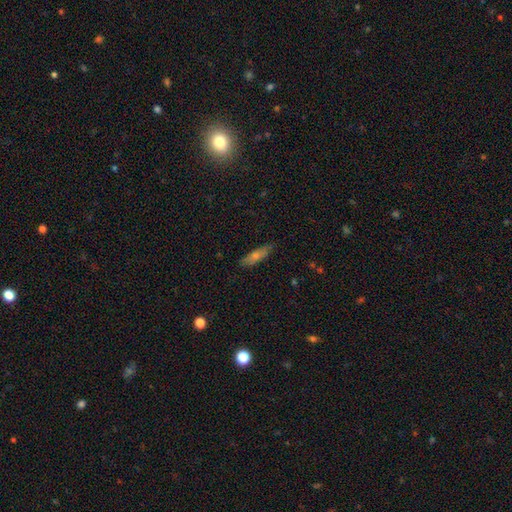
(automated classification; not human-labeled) smooth_or_featured: smooth (p=0.52) [alt: featured or disk p=0.37]
how_rounded: cigar-shaped (p=0.66) [alt: in between p=0.31]
merging: none (p=0.84) [alt: minor disturbance p=0.12]